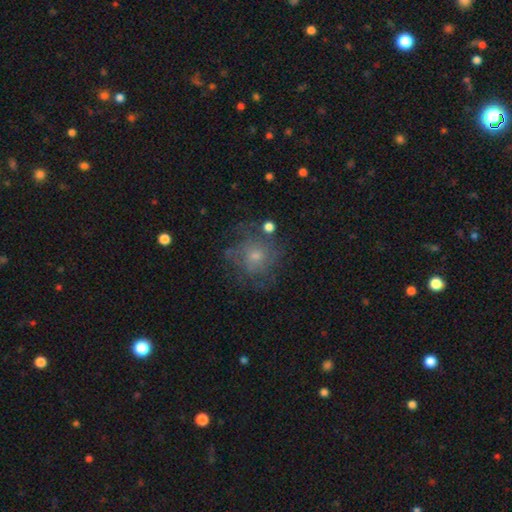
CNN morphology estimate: type=featured or disk (45%); merging=none (59%).